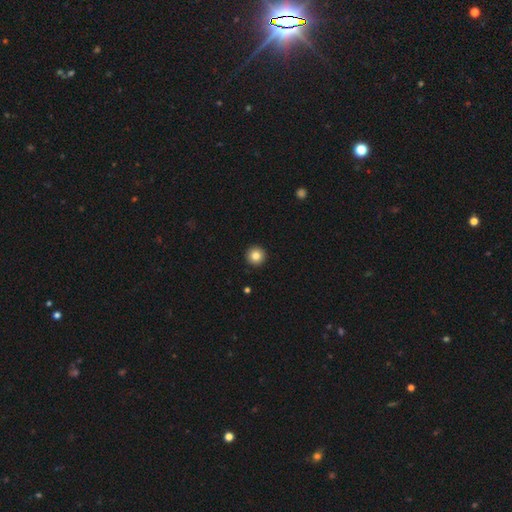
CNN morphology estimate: Smooth or featured? smooth (84%)
How rounded? round (96%)
Merging? none (94%)